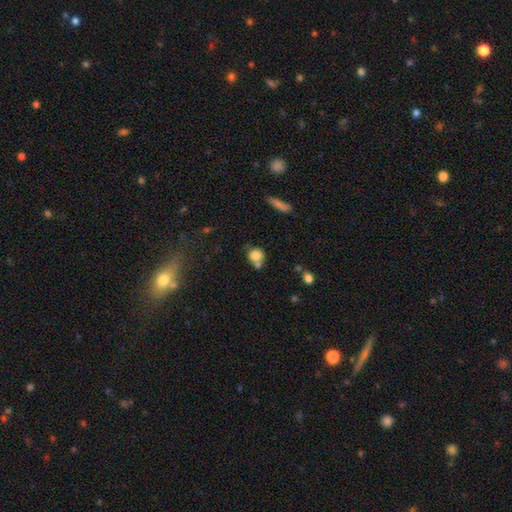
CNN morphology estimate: A smooth galaxy with no disk features (77%) that is round (80%).

Vote fractions:
- Smooth or featured? smooth: 77% / featured or disk: 12% / star or artifact: 10%
- How rounded? round: 80% / in between: 19% / cigar-shaped: 1%
- Merging? none: 46% / merger: 35% / minor disturbance: 14% / major disturbance: 5%